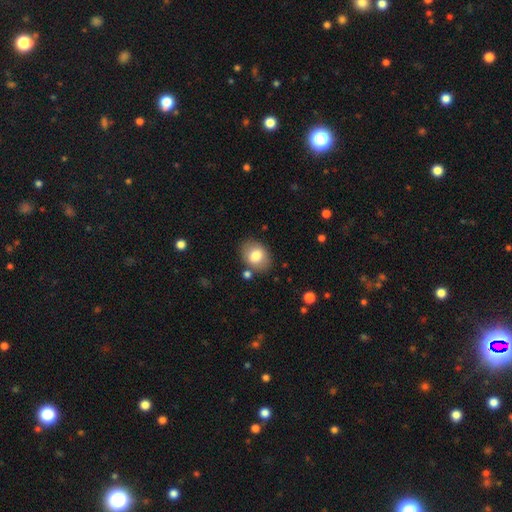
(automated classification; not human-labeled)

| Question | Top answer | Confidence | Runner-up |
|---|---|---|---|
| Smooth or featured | smooth | 78% | featured or disk (14%) |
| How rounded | in between | 64% | round (35%) |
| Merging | none | 81% | minor disturbance (11%) |